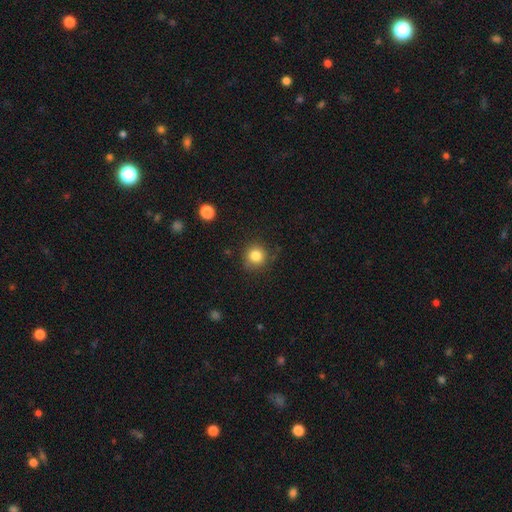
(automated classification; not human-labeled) This is clearly a smooth galaxy (83%). How rounded: clearly round (91%). Merging: clearly none (83%).